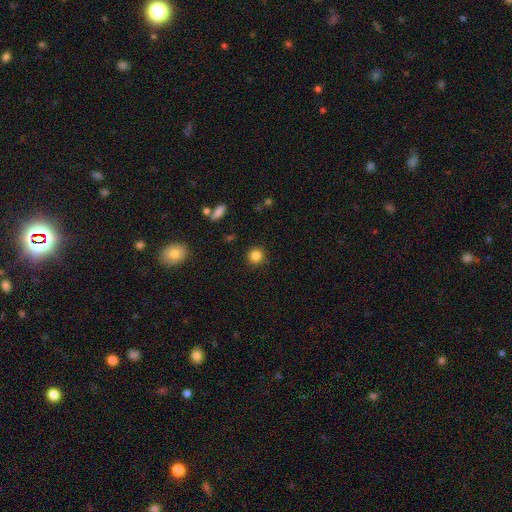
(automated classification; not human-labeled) A smooth galaxy with no disk features (84%) that is round (92%).

Vote fractions:
- Smooth or featured? smooth: 84% / star or artifact: 11% / featured or disk: 5%
- How rounded? round: 92% / in between: 7% / cigar-shaped: 1%
- Merging? none: 90% / minor disturbance: 7% / major disturbance: 2% / merger: 1%